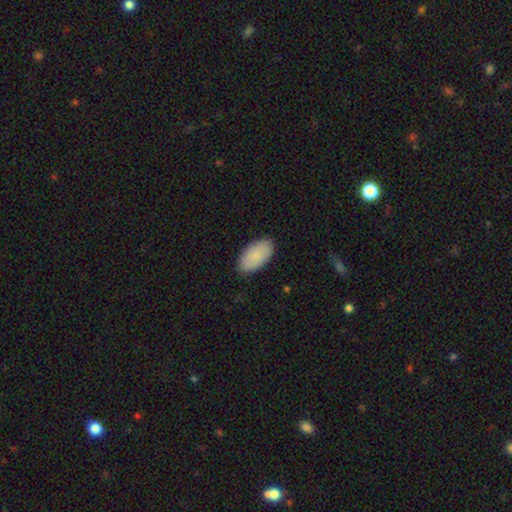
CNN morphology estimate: Smooth or featured? smooth (88%)
How rounded? in between (95%)
Merging? none (87%)